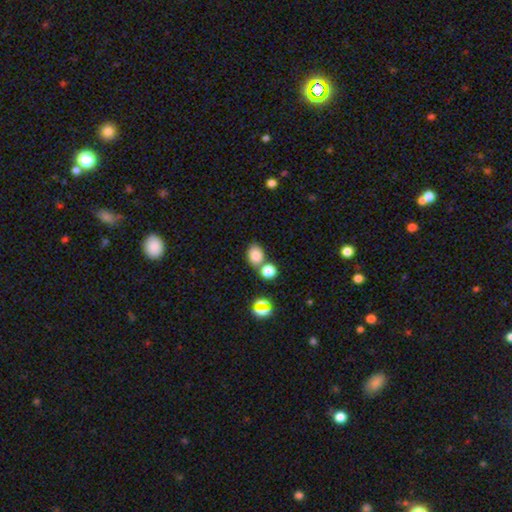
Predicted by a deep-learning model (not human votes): A smooth galaxy with no disk features (79%) that is in between round and cigar-shaped (62%).

Vote fractions:
- Smooth or featured? smooth: 79% / star or artifact: 14% / featured or disk: 7%
- How rounded? in between: 62% / round: 37% / cigar-shaped: 1%
- Merging? none: 59% / merger: 26% / minor disturbance: 11% / major disturbance: 4%